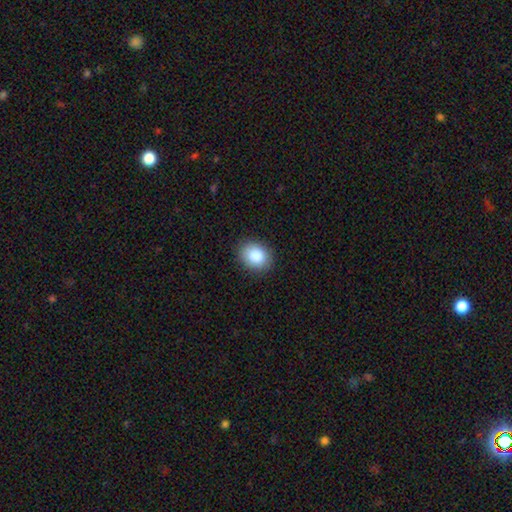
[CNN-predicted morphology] Overall: smooth (88%). How rounded: in between (53%; round 46%). Merging: none (87%).